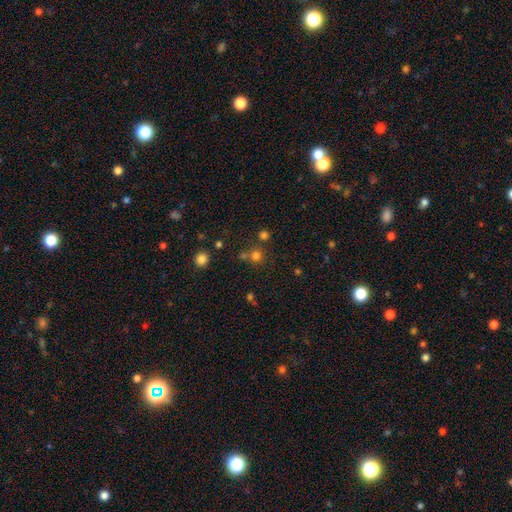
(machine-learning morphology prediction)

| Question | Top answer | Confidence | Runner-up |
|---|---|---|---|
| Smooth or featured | smooth | 72% | star or artifact (21%) |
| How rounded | round | 91% | in between (8%) |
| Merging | none | 67% | merger (22%) |